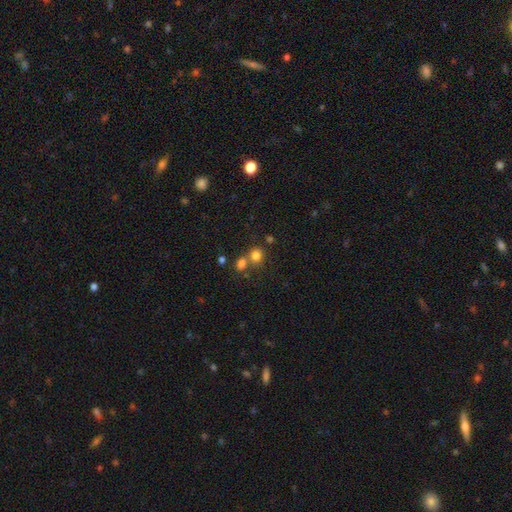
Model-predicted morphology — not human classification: Smooth or featured? Predicted: smooth (p=0.78). How rounded? Predicted: round (p=0.79). Merging? Predicted: none (p=0.51).